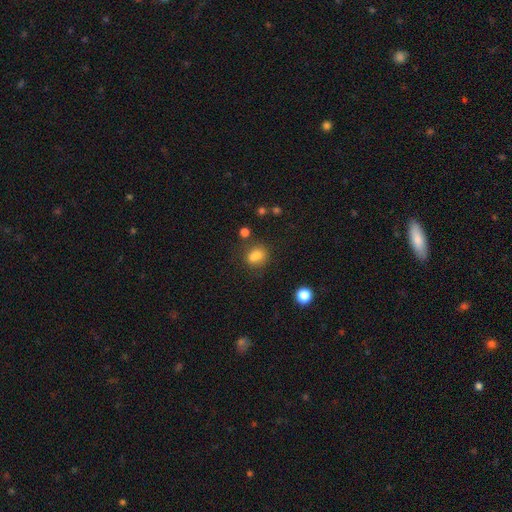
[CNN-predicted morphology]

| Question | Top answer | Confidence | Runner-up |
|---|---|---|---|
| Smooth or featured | smooth | 78% | star or artifact (13%) |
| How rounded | in between | 51% | round (46%) |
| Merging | none | 54% | merger (23%) |